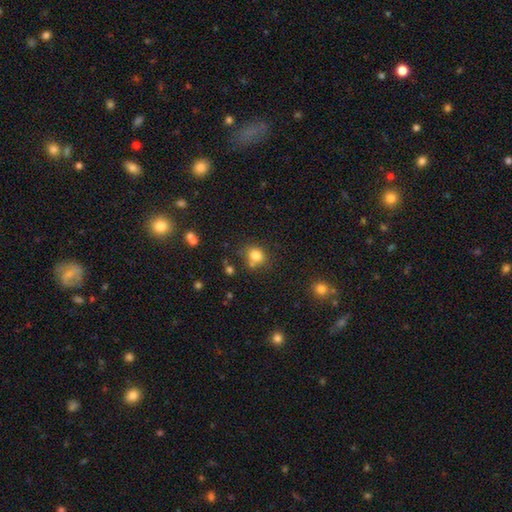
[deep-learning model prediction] This appears to be a smooth galaxy with no disk features (80%) that is round (70%). Merging: none (61%).